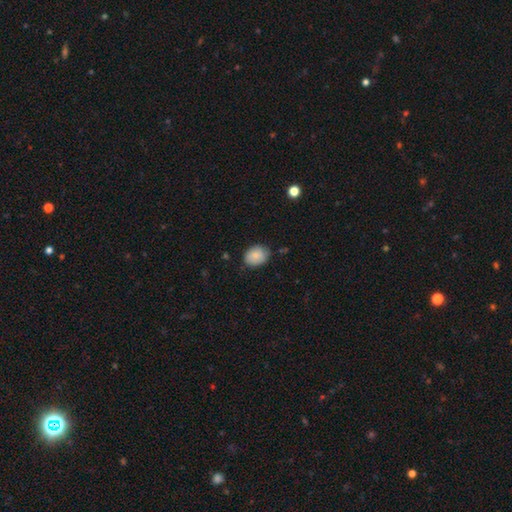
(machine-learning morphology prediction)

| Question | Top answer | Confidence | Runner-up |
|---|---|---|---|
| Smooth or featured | smooth | 81% | featured or disk (12%) |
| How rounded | in between | 62% | round (37%) |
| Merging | none | 75% | minor disturbance (20%) |